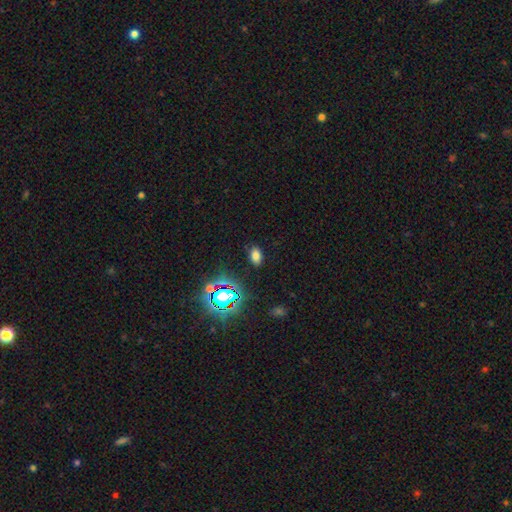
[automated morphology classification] Smooth or featured?
  - smooth: 70% *
  - star or artifact: 22%
  - featured or disk: 8%
How rounded?
  - in between: 87% *
  - round: 11%
  - cigar-shaped: 2%
Merging?
  - none: 86% *
  - minor disturbance: 9%
  - major disturbance: 3%
  - merger: 2%